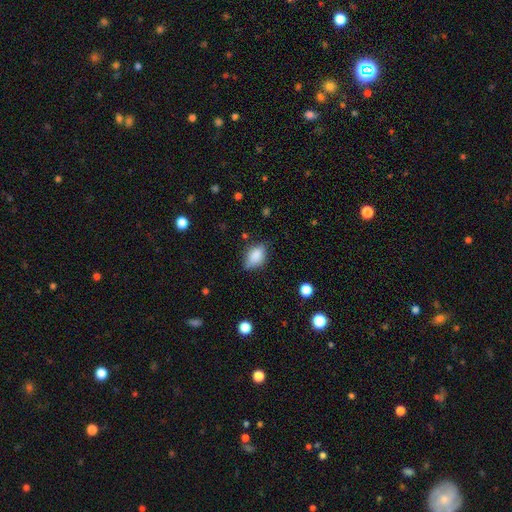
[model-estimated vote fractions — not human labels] A smooth galaxy with no disk features (81%) that is in between round and cigar-shaped (84%).

Vote fractions:
- Smooth or featured? smooth: 81% / featured or disk: 11% / star or artifact: 8%
- How rounded? in between: 84% / round: 13% / cigar-shaped: 3%
- Merging? none: 61% / minor disturbance: 29% / major disturbance: 7% / merger: 2%